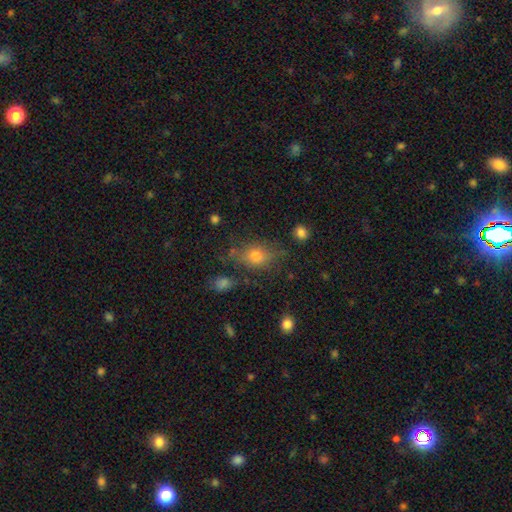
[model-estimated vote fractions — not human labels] This is likely a smooth galaxy (72%). How rounded: likely in between (62%). Merging: likely none (68%).